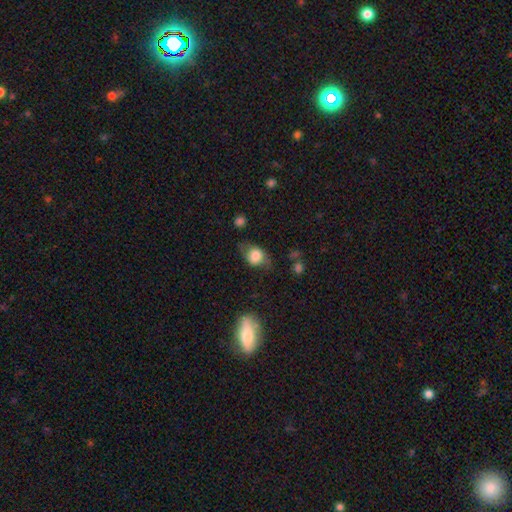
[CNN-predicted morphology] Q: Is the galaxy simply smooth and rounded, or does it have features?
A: smooth — 64%.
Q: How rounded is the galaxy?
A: in between — 59%.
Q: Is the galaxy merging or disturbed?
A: none — 55%.